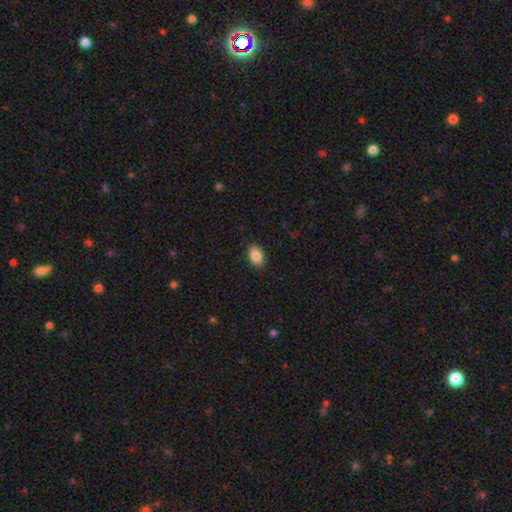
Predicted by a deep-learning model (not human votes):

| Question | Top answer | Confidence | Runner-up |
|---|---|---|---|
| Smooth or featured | smooth | 87% | star or artifact (7%) |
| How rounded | in between | 89% | round (9%) |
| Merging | none | 89% | minor disturbance (8%) |